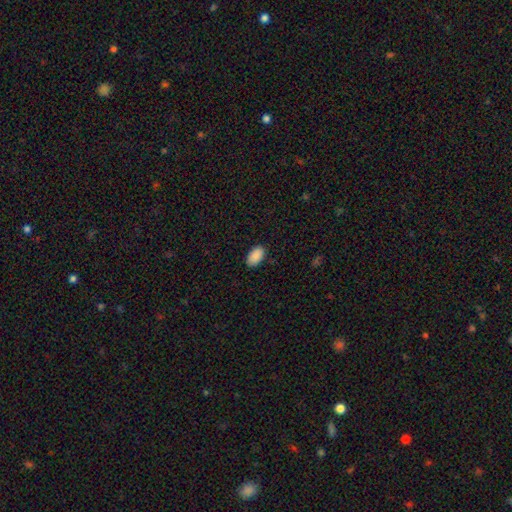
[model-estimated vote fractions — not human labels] Smooth or featured? smooth (91%)
How rounded? in between (95%)
Merging? none (88%)